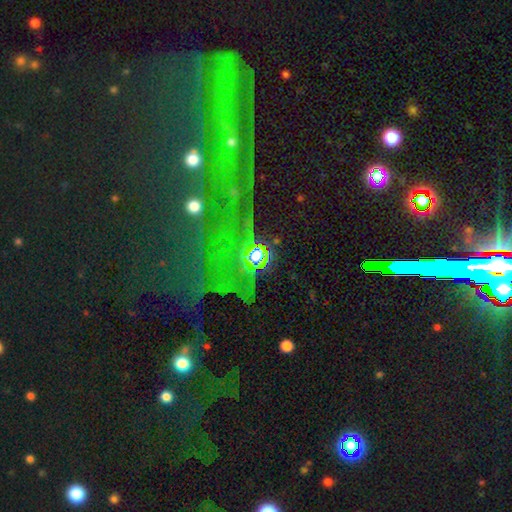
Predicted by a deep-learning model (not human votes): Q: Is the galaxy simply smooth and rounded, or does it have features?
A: star or artifact — 73%.